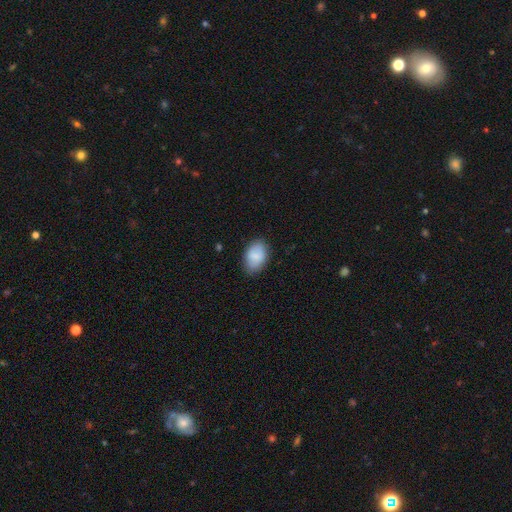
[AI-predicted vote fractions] A smooth galaxy with no disk features (83%) that is in between round and cigar-shaped (87%).

Vote fractions:
- Smooth or featured? smooth: 83% / featured or disk: 10% / star or artifact: 7%
- How rounded? in between: 87% / round: 12% / cigar-shaped: 1%
- Merging? none: 80% / minor disturbance: 15% / major disturbance: 3% / merger: 1%